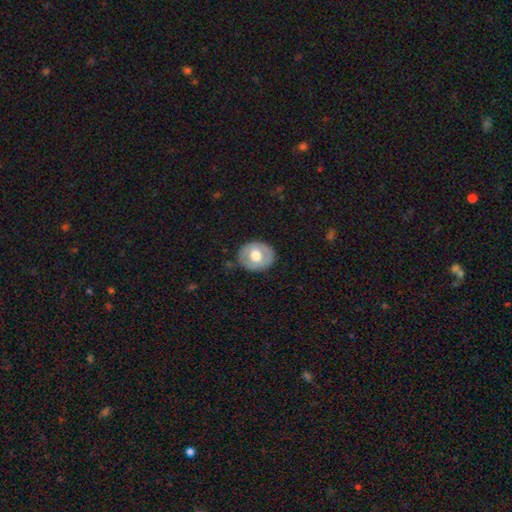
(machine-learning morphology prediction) smooth 54%, featured or disk 40%, star or artifact 6%. Down the decision tree: how rounded — round (59%); merging — none (82%).